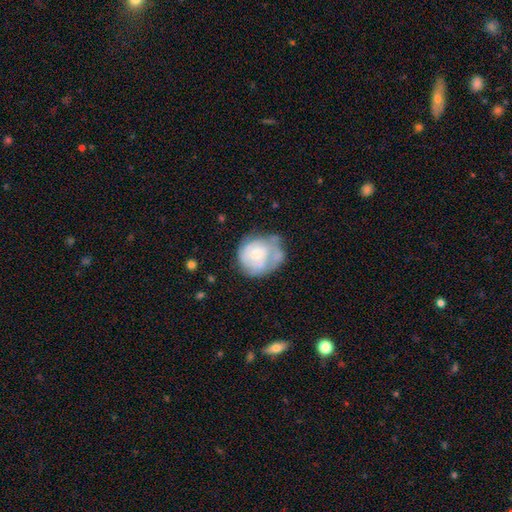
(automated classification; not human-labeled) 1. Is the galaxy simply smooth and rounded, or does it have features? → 50% featured or disk, 43% smooth, 7% star or artifact.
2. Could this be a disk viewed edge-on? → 97% no, 3% yes.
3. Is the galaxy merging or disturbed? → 39% none, 32% minor disturbance, 20% major disturbance, 9% merger.